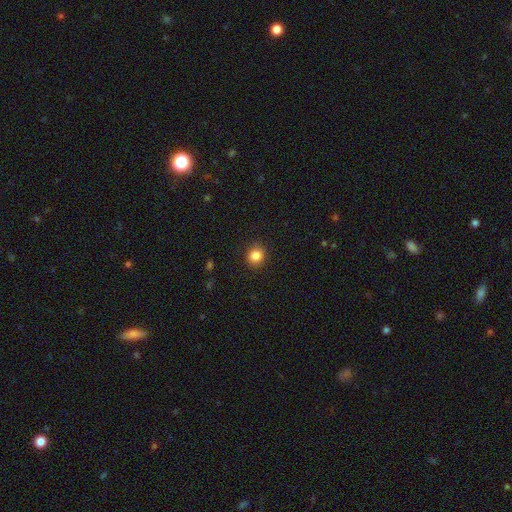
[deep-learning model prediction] A smooth galaxy with no disk features (85%) that is round (83%).

Vote fractions:
- Smooth or featured? smooth: 85% / star or artifact: 10% / featured or disk: 5%
- How rounded? round: 83% / in between: 16% / cigar-shaped: 1%
- Merging? none: 89% / minor disturbance: 7% / major disturbance: 2% / merger: 1%